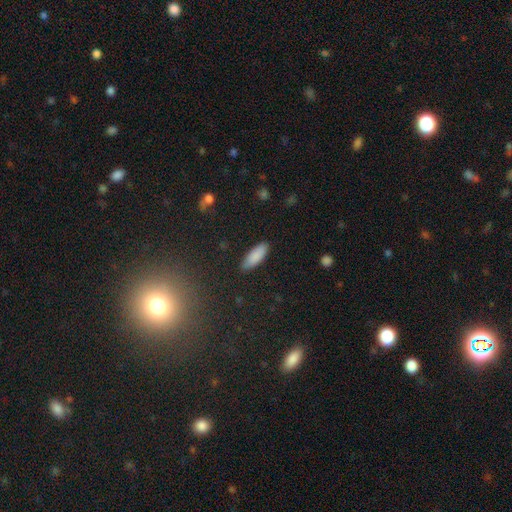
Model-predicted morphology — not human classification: Overall: smooth (88%). How rounded: in between (67%; cigar-shaped 32%). Merging: none (87%).